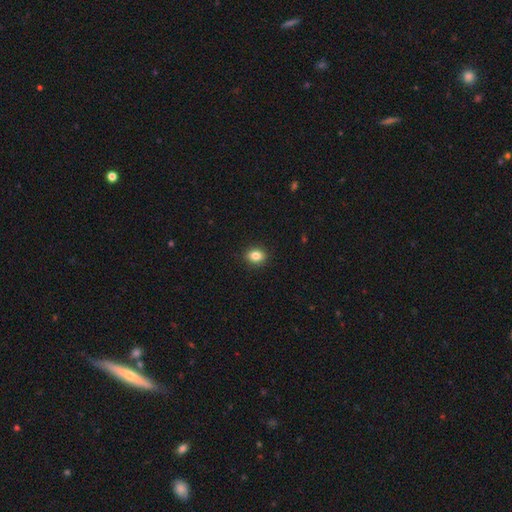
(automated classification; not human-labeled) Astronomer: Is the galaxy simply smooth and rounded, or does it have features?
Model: smooth — 84%.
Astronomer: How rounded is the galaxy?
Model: in between — 52% (runner-up: round, 47%).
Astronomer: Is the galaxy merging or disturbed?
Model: none — 91%.